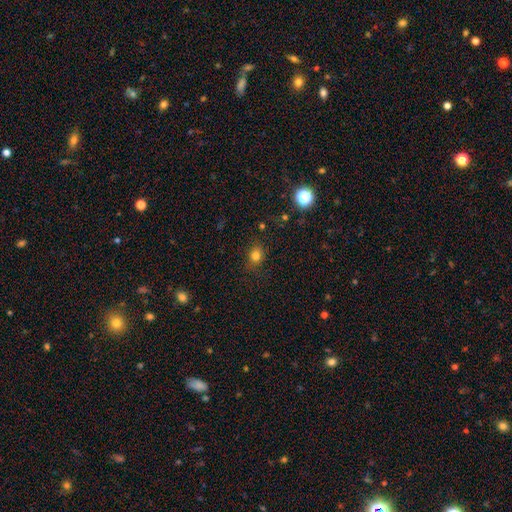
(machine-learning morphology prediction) type=smooth (78%); roundness=round (60%); merging=none (81%).